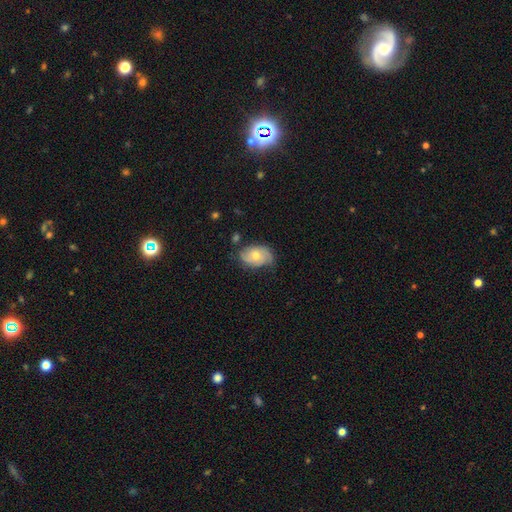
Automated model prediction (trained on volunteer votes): Overall: featured or disk (57%; smooth 36%). Edge-on disk: no (95%). Bar: no (71%). Spiral arms: yes (83%). Bulge size: moderate (63%; small 32%). Merging: none (63%; minor disturbance 27%).